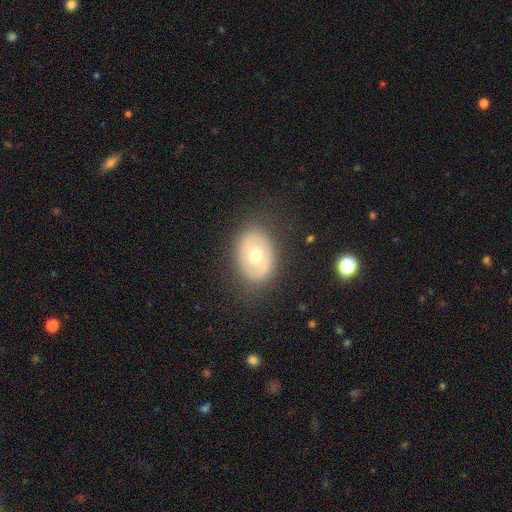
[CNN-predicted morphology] Smooth or featured? Predicted: smooth (p=0.54). How rounded? Predicted: in between (p=0.68). Merging? Predicted: none (p=0.83).